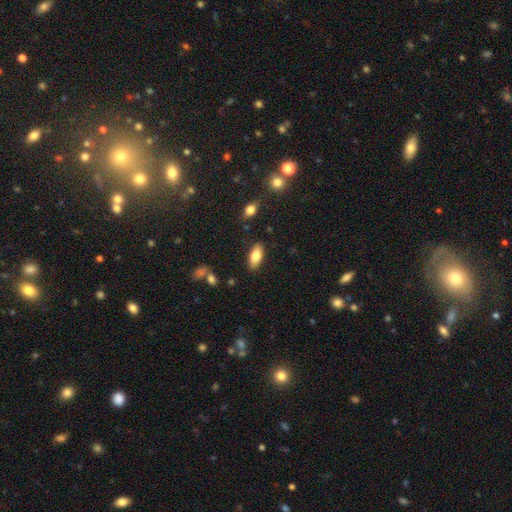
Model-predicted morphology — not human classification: Smooth or featured?
  - smooth: 78% *
  - featured or disk: 16%
  - star or artifact: 7%
How rounded?
  - in between: 85% *
  - cigar-shaped: 12%
  - round: 2%
Merging?
  - none: 86% *
  - minor disturbance: 10%
  - major disturbance: 2%
  - merger: 2%